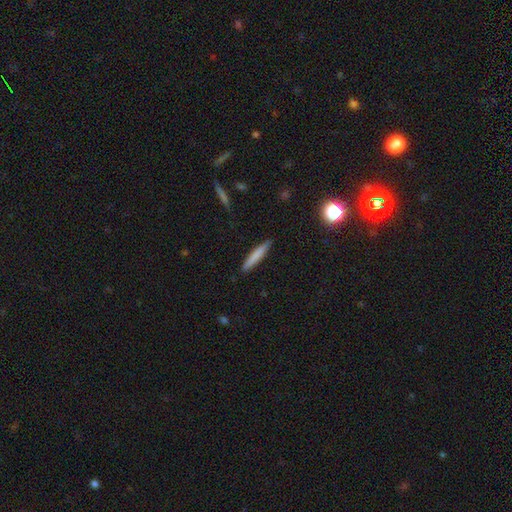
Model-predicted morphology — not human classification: A smooth galaxy with no disk features (76%) that is cigar-shaped (93%).

Vote fractions:
- Smooth or featured? smooth: 76% / featured or disk: 17% / star or artifact: 6%
- How rounded? cigar-shaped: 93% / in between: 5% / round: 1%
- Merging? none: 89% / minor disturbance: 8% / major disturbance: 2% / merger: 1%